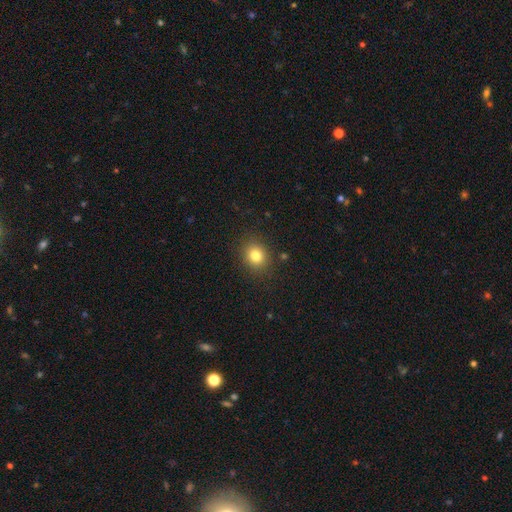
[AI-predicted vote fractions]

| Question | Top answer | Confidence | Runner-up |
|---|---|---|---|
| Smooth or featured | smooth | 81% | star or artifact (12%) |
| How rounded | round | 71% | in between (28%) |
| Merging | none | 89% | minor disturbance (8%) |